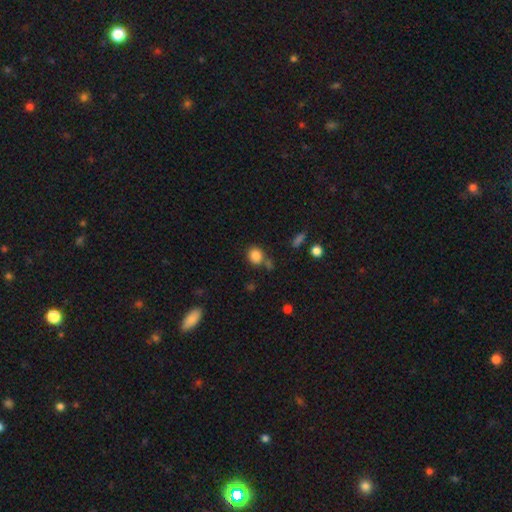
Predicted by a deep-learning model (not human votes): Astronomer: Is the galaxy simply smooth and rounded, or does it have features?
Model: smooth — 85%.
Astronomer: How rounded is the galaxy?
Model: round — 67%.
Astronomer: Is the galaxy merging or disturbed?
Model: none — 70%.